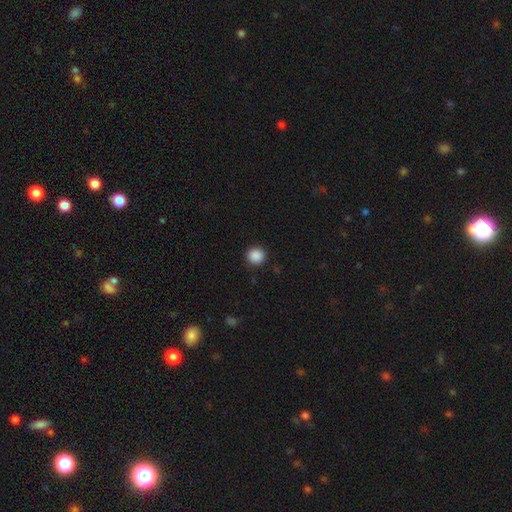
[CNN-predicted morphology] A smooth galaxy with no disk features (89%) that is round (94%).

Vote fractions:
- Smooth or featured? smooth: 89% / star or artifact: 9% / featured or disk: 2%
- How rounded? round: 94% / in between: 5% / cigar-shaped: 1%
- Merging? none: 92% / minor disturbance: 5% / major disturbance: 2% / merger: 1%